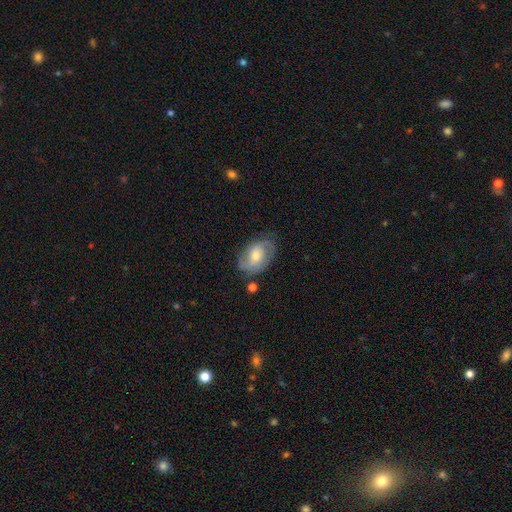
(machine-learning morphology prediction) smooth-or-featured: featured or disk: 60% | smooth: 33% | star or artifact: 7%
  disk-edge-on: no: 96% | yes: 4%
    bar: no: 60% | weak: 33% | strong: 7%
    has-spiral-arms: yes: 84% | no: 16%
    bulge-size: moderate: 53% | small: 41% | large: 4% | none: 2% | dominant: 1%
  merging: none: 67% | minor disturbance: 22% | major disturbance: 8% | merger: 3%